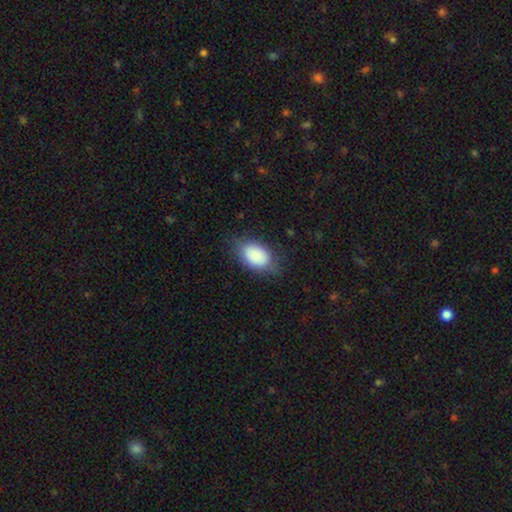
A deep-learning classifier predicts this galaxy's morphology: smooth-or-featured: smooth: 87% | star or artifact: 7% | featured or disk: 7%
  how-rounded: in between: 89% | round: 10% | cigar-shaped: 1%
  merging: none: 70% | minor disturbance: 22% | major disturbance: 7% | merger: 1%